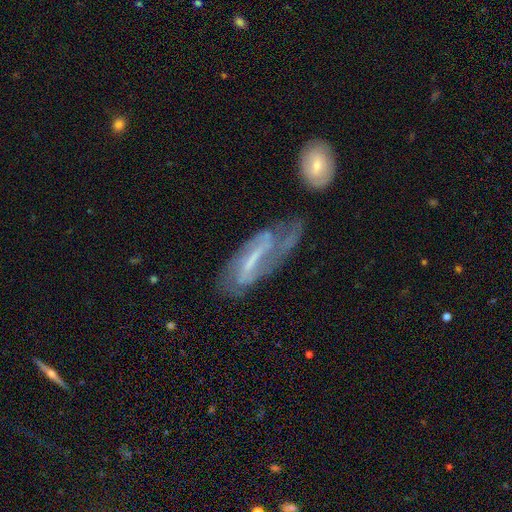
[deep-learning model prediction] Smooth or featured? featured or disk (75%)
Edge-on disk? no (83%)
Bar? strong (52%)
Spiral arms? yes (82%)
Spiral winding? medium (41%)
Spiral arm count? 2 (60%)
Bulge size? small (50%)
Merging? none (47%)